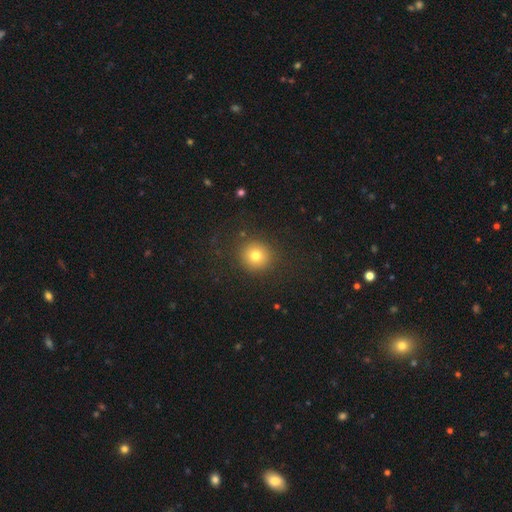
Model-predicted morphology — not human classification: smooth_or_featured: smooth (p=0.77) [alt: star or artifact p=0.15]
how_rounded: round (p=0.92) [alt: in between p=0.07]
merging: none (p=0.89) [alt: minor disturbance p=0.07]